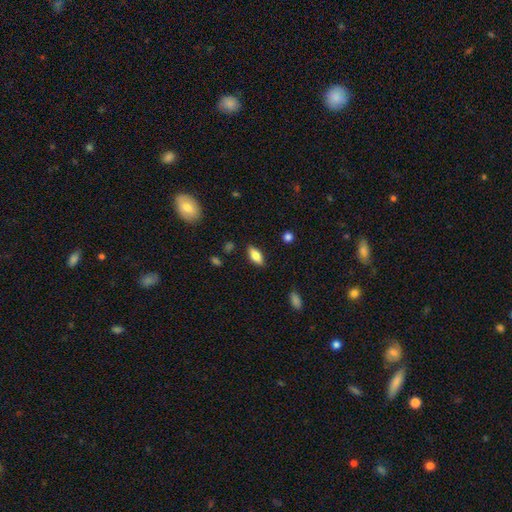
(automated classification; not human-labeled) The model was most divided on "smooth or featured": smooth: 70%, featured or disk: 23%, star or artifact: 7%. More confident: merging — none (86%); how rounded — in between (79%).